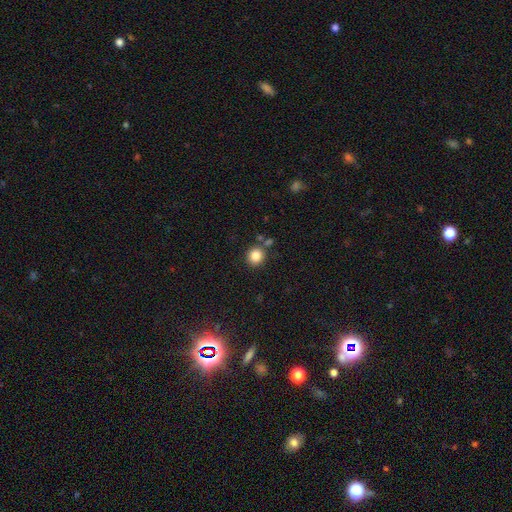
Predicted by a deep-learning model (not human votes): The model was most divided on "merging": none: 80%, merger: 9%, minor disturbance: 8%, major disturbance: 3%. More confident: how rounded — round (90%); smooth or featured — smooth (84%).